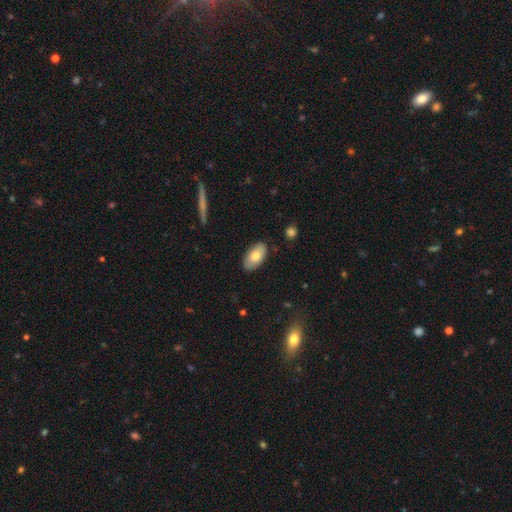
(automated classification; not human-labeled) Q: Smooth or featured?
A: smooth (78%); runner-up: featured or disk (16%)
Q: How rounded?
A: in between (95%); runner-up: round (3%)
Q: Merging?
A: none (84%); runner-up: minor disturbance (12%)